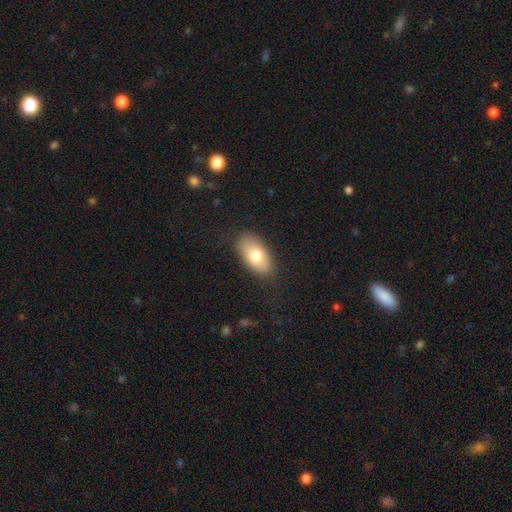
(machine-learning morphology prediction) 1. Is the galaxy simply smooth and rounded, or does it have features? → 74% smooth, 19% featured or disk, 7% star or artifact.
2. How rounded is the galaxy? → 93% in between, 4% round, 3% cigar-shaped.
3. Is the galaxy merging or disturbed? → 82% none, 13% minor disturbance, 4% major disturbance, 1% merger.